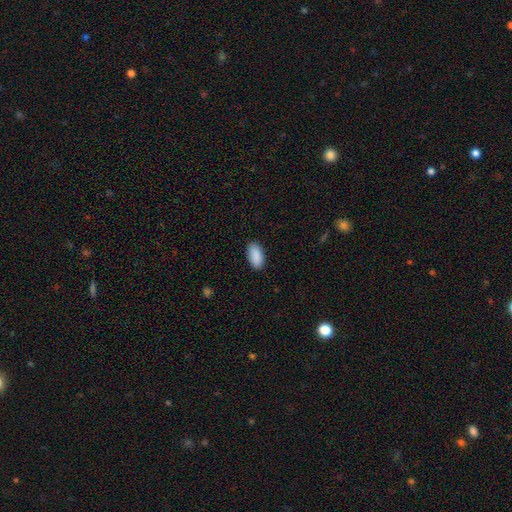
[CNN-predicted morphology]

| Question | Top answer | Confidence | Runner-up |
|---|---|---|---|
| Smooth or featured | smooth | 91% | star or artifact (6%) |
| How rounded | in between | 94% | cigar-shaped (4%) |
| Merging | none | 88% | minor disturbance (9%) |